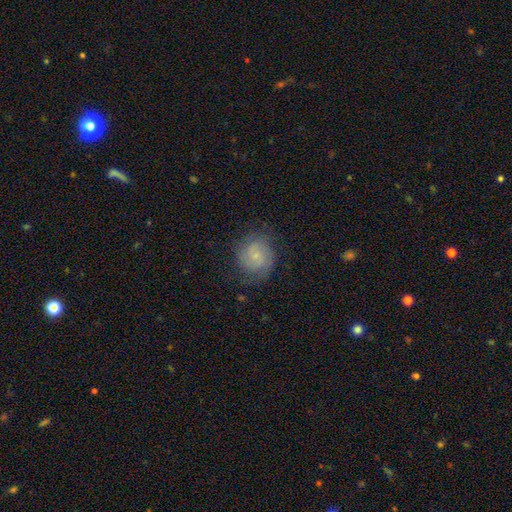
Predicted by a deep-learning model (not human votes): This is possibly a smooth galaxy (46%). Merging: likely none (69%).